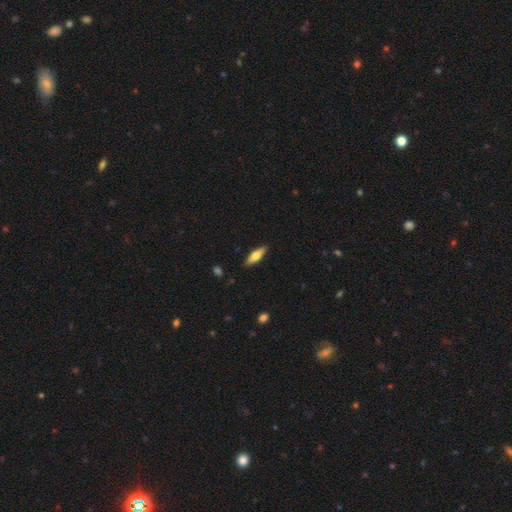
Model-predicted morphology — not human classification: type=smooth (56%); roundness=cigar-shaped (55%); merging=none (89%).